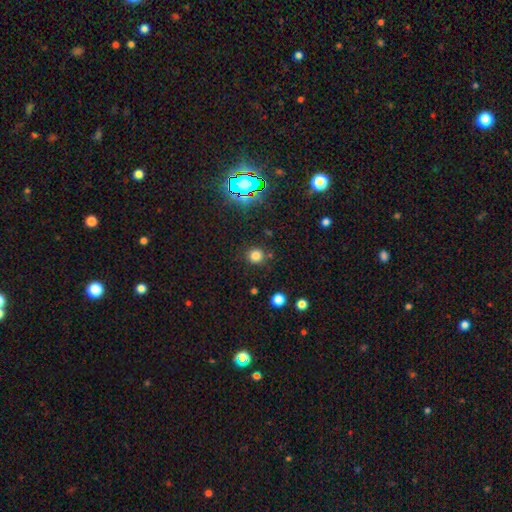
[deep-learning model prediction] Smooth or featured: smooth — 76% (star or artifact — 18%)
How rounded: round — 89% (in between — 10%)
Merging: none — 84% (minor disturbance — 9%)